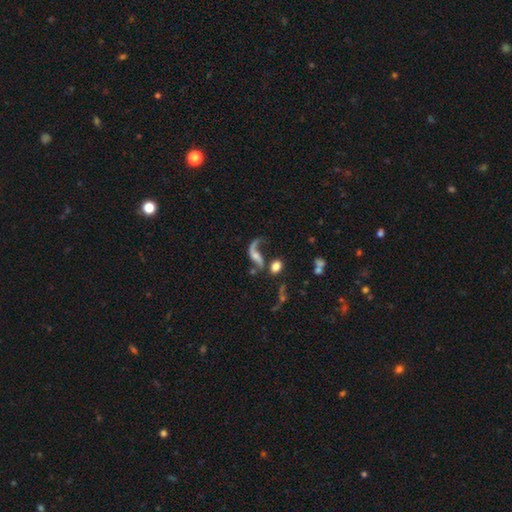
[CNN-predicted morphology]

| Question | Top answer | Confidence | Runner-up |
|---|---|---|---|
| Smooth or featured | featured or disk | 72% | smooth (18%) |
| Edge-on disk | no | 93% | yes (7%) |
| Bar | no | 55% | weak (30%) |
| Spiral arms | yes | 86% | no (14%) |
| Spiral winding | loose | 91% | medium (7%) |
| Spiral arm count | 2 | 68% | 1 (27%) |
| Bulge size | small | 40% | moderate (28%) |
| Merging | none | 36% | major disturbance (29%) |